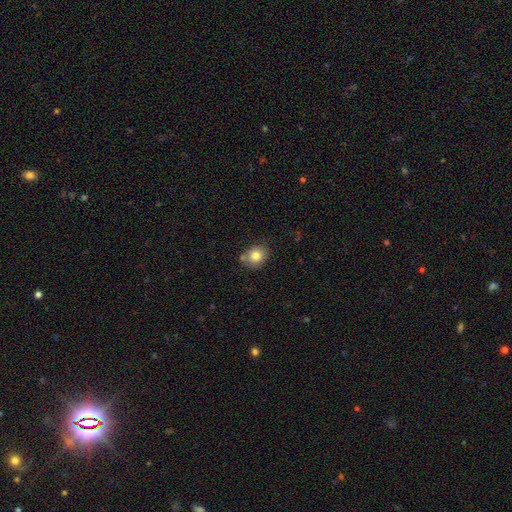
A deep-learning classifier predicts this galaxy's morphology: Smooth or featured? Predicted: smooth (p=0.82). How rounded? Predicted: round (p=0.63). Merging? Predicted: none (p=0.70).